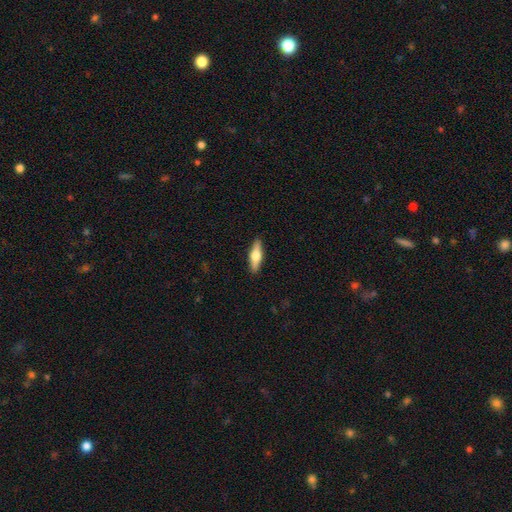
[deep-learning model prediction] smooth-or-featured: smooth: 51% | featured or disk: 44% | star or artifact: 6%
  how-rounded: cigar-shaped: 58% | in between: 40% | round: 2%
  merging: none: 90% | minor disturbance: 7% | major disturbance: 2% | merger: 1%